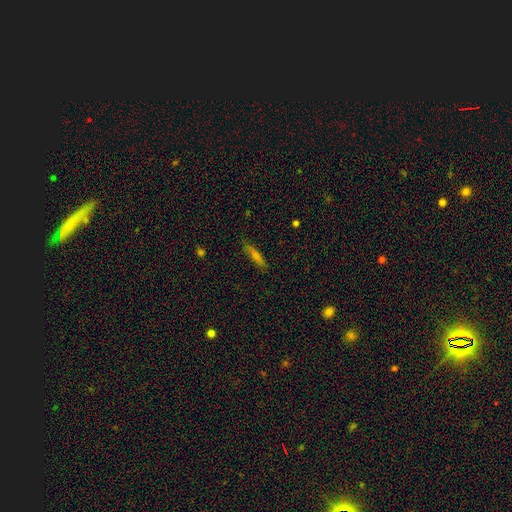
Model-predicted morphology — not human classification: Smooth or featured? Predicted: smooth (p=0.52). How rounded? Predicted: cigar-shaped (p=0.86). Merging? Predicted: none (p=0.85).